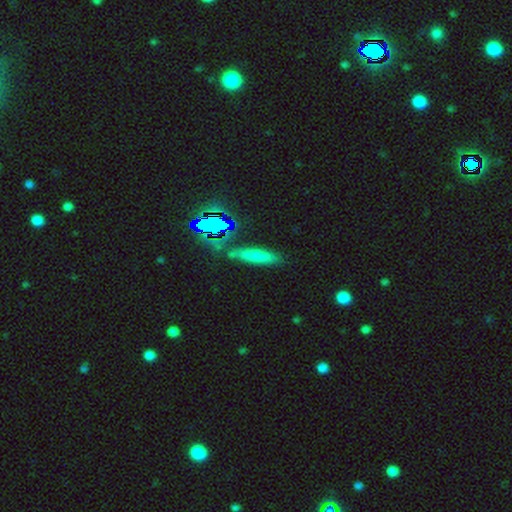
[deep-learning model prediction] smooth_or_featured: smooth (p=0.66) [alt: star or artifact p=0.19]
how_rounded: cigar-shaped (p=0.74) [alt: in between p=0.23]
merging: none (p=0.77) [alt: minor disturbance p=0.14]